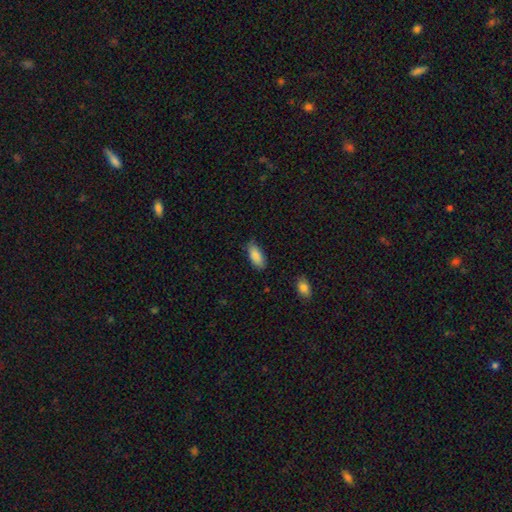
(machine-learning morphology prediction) smooth 88%, star or artifact 7%, featured or disk 6%. Down the decision tree: how rounded — in between (87%); merging — none (77%).